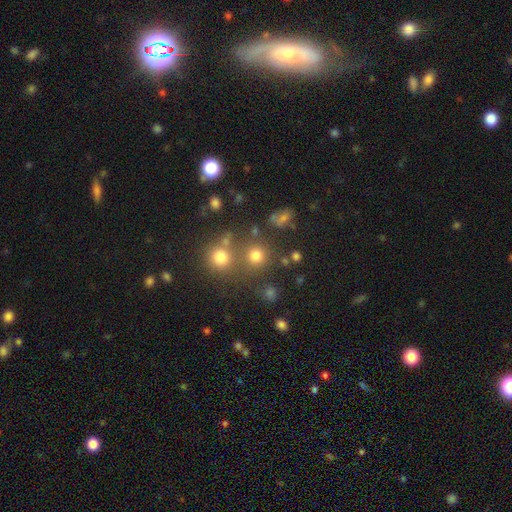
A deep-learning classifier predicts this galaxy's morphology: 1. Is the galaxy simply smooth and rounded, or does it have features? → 77% smooth, 16% star or artifact, 7% featured or disk.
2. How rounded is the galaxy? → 90% round, 9% in between, 1% cigar-shaped.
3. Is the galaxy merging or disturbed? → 69% none, 18% merger, 8% minor disturbance, 4% major disturbance.